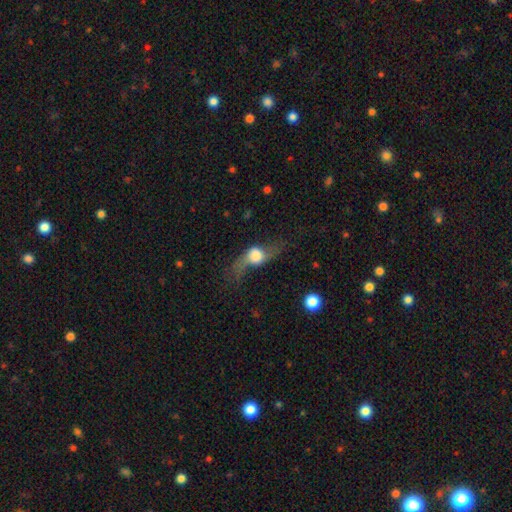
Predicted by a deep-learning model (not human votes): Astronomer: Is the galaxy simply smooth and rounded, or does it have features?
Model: featured or disk — 52% (runner-up: smooth, 39%).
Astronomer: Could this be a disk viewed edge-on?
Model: no — 61% (runner-up: yes, 39%).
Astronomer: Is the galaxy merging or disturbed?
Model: none — 41% (runner-up: major disturbance, 34%).